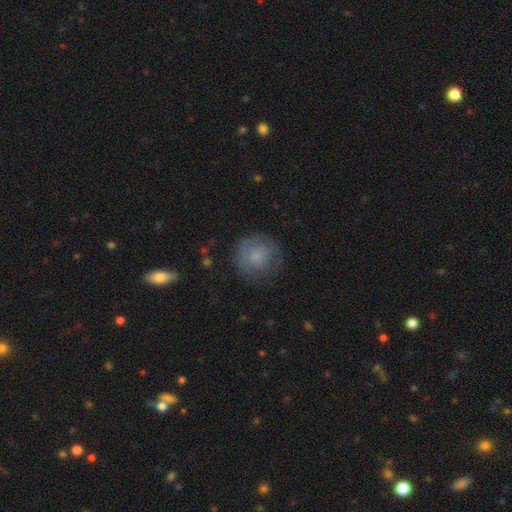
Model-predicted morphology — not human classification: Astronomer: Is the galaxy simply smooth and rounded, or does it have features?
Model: smooth — 71%.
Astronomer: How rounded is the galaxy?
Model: round — 91%.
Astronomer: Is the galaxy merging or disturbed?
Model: none — 71%.